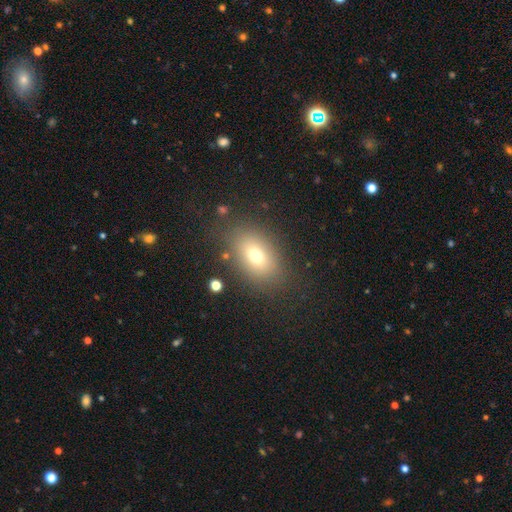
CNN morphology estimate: Smooth or featured? smooth (71%)
How rounded? in between (81%)
Merging? none (82%)